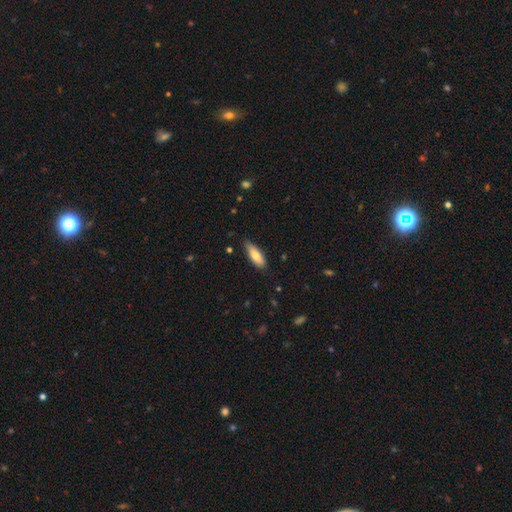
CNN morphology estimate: smooth-or-featured: smooth: 75% | featured or disk: 19% | star or artifact: 6%
  how-rounded: in between: 61% | cigar-shaped: 37% | round: 2%
  merging: none: 77% | minor disturbance: 19% | major disturbance: 3% | merger: 1%